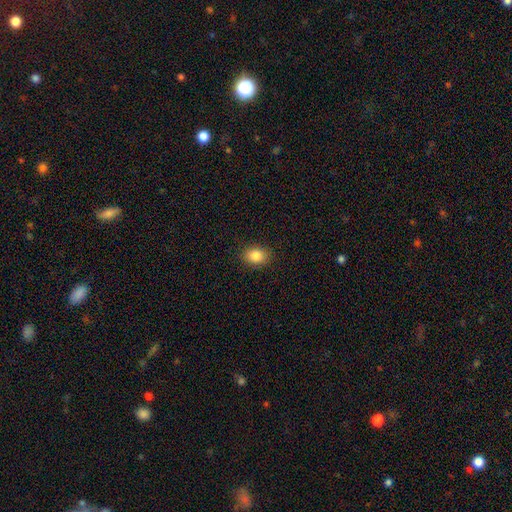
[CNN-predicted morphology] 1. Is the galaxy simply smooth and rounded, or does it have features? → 86% smooth, 9% star or artifact, 5% featured or disk.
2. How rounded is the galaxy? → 60% in between, 39% round, 1% cigar-shaped.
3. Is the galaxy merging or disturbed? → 89% none, 8% minor disturbance, 2% major disturbance, 1% merger.